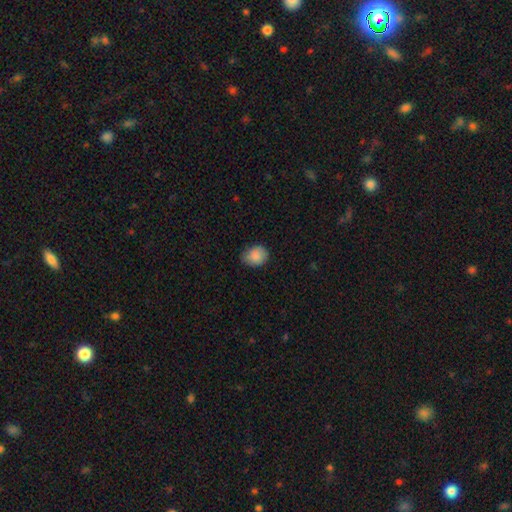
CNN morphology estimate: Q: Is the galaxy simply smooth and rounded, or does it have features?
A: smooth — 87%.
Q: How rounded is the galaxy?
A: round — 58%.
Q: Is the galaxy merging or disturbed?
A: none — 70%.